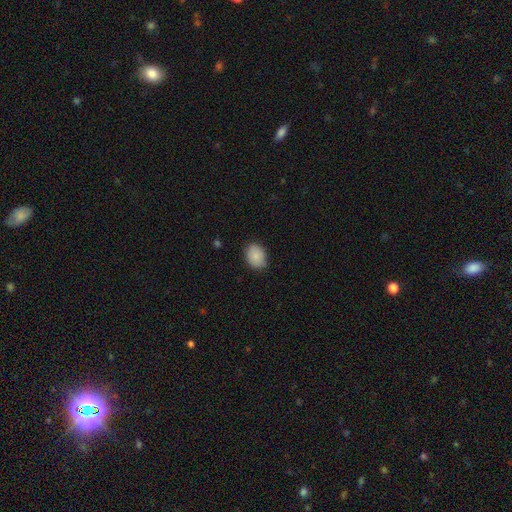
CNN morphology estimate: Overall: smooth (88%). How rounded: in between (69%; round 30%). Merging: none (82%).